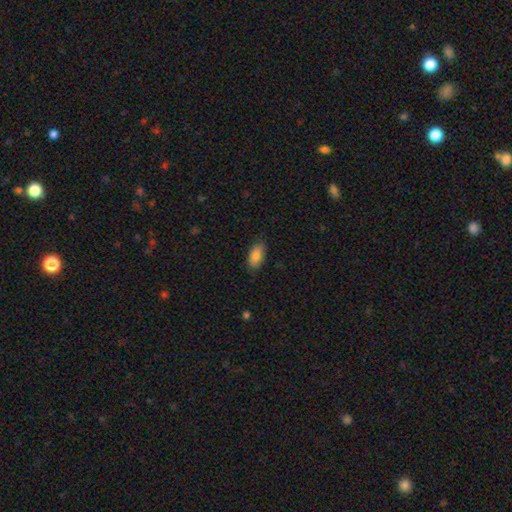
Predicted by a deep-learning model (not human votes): Smooth or featured? smooth (83%)
How rounded? in between (92%)
Merging? none (83%)